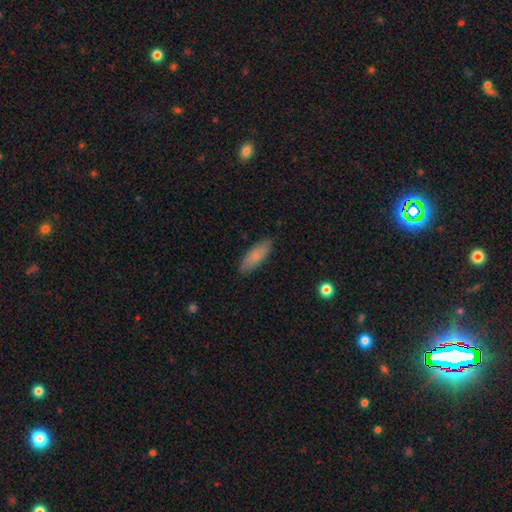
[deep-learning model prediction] Smooth or featured?
  - smooth: 80% *
  - featured or disk: 14%
  - star or artifact: 6%
How rounded?
  - in between: 65% *
  - cigar-shaped: 33%
  - round: 2%
Merging?
  - none: 83% *
  - minor disturbance: 13%
  - major disturbance: 2%
  - merger: 1%